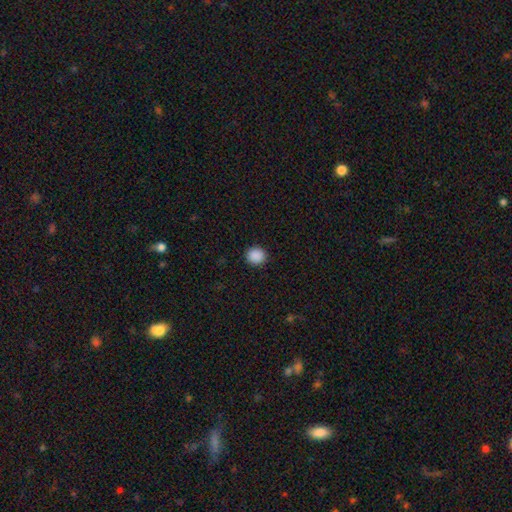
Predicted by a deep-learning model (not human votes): A smooth galaxy with no disk features (89%) that is round (88%).

Vote fractions:
- Smooth or featured? smooth: 89% / star or artifact: 9% / featured or disk: 2%
- How rounded? round: 88% / in between: 11% / cigar-shaped: 1%
- Merging? none: 92% / minor disturbance: 5% / major disturbance: 2% / merger: 1%